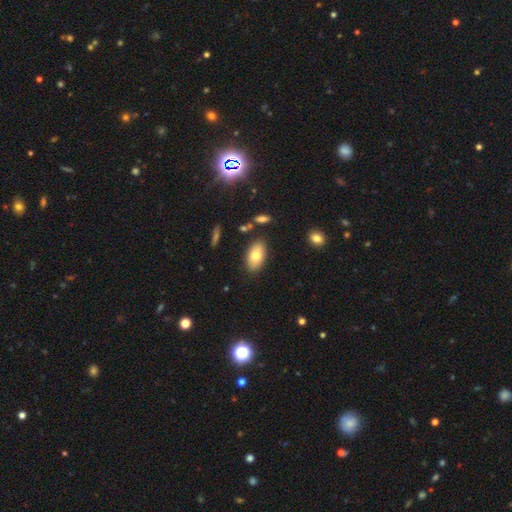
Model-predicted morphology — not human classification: Smooth or featured? Predicted: smooth (p=0.75). How rounded? Predicted: in between (p=0.92). Merging? Predicted: none (p=0.83).